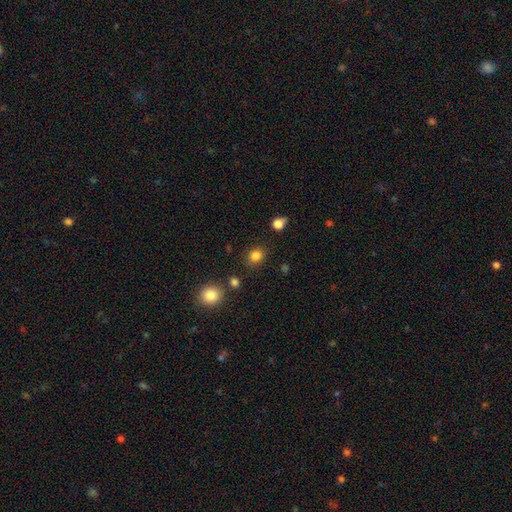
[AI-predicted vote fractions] smooth-or-featured: smooth: 83% | star or artifact: 12% | featured or disk: 5%
  how-rounded: round: 70% | in between: 29% | cigar-shaped: 1%
  merging: none: 84% | minor disturbance: 10% | merger: 3% | major disturbance: 3%